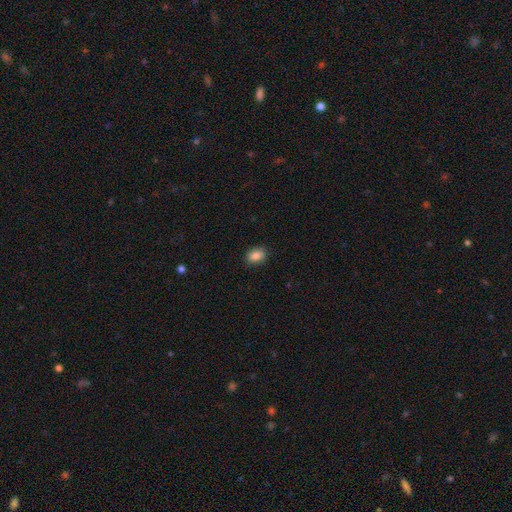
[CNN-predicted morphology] smooth 84%, star or artifact 9%, featured or disk 7%. Down the decision tree: how rounded — in between (73%); merging — none (87%).